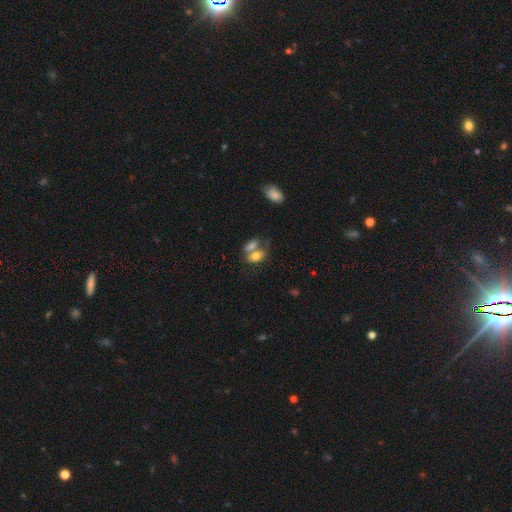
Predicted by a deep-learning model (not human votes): smooth_or_featured: smooth (p=0.73) [alt: featured or disk p=0.18]
how_rounded: in between (p=0.85) [alt: round p=0.10]
merging: merger (p=0.51) [alt: none p=0.32]